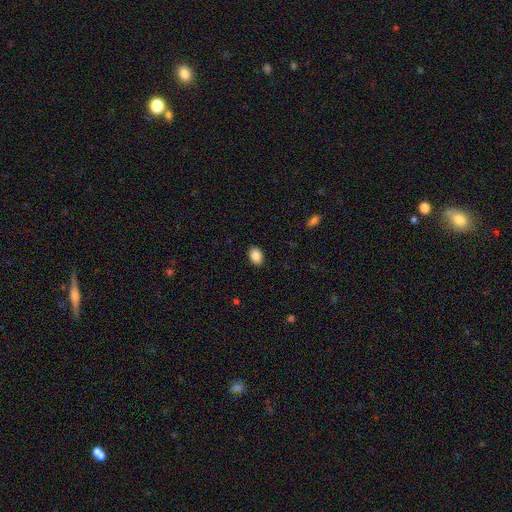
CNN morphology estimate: Smooth or featured: smooth — 88% (star or artifact — 8%)
How rounded: in between — 78% (round — 21%)
Merging: none — 90% (minor disturbance — 8%)